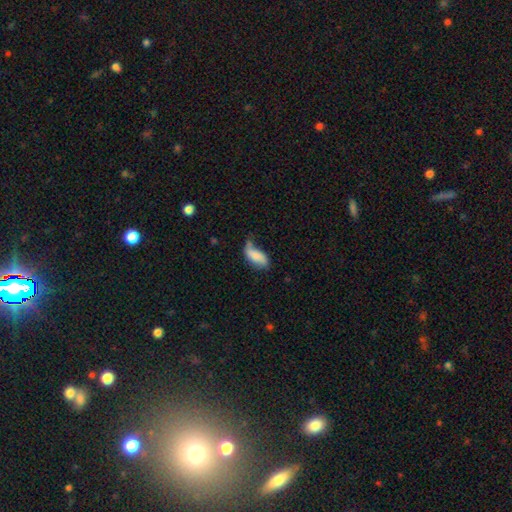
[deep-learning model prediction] Smooth or featured? Predicted: smooth (p=0.72). How rounded? Predicted: in between (p=0.86). Merging? Predicted: minor disturbance (p=0.38).